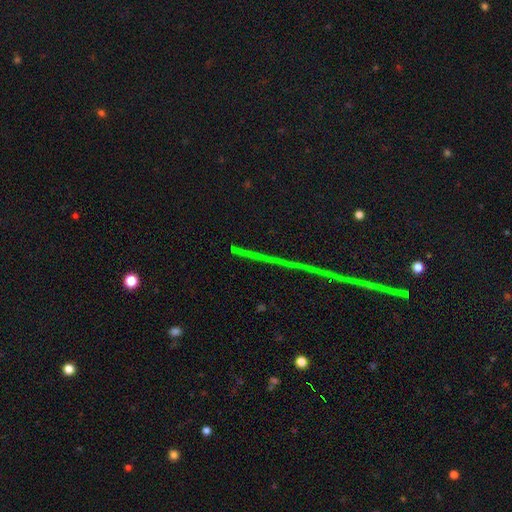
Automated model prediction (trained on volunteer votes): Smooth or featured? star or artifact (80%)